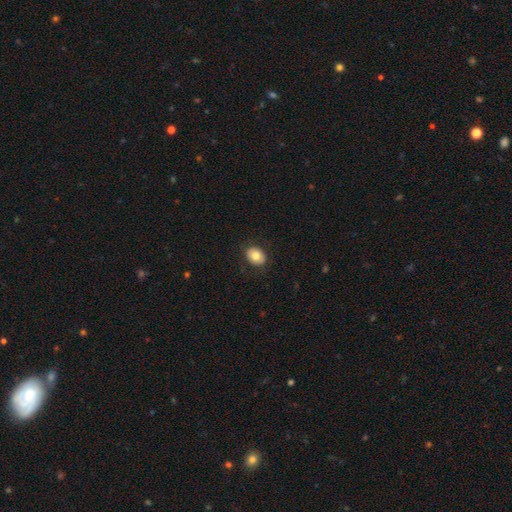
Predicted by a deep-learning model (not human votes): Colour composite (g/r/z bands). It shows a smooth galaxy with no disk features (78%) that is in between round and cigar-shaped (65%). Merging: none (87%).